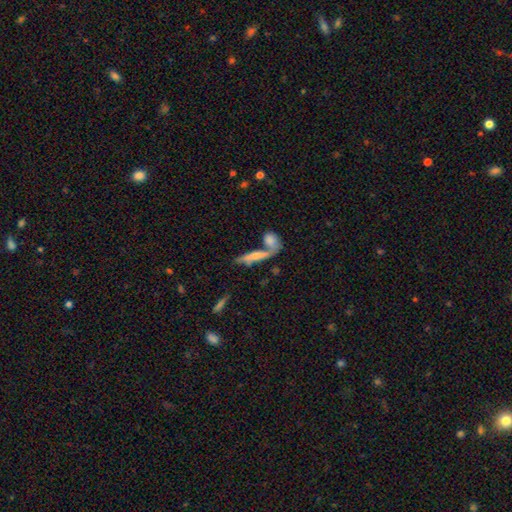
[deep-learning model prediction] A smooth galaxy with no disk features (43%). Merging: merger (42%).